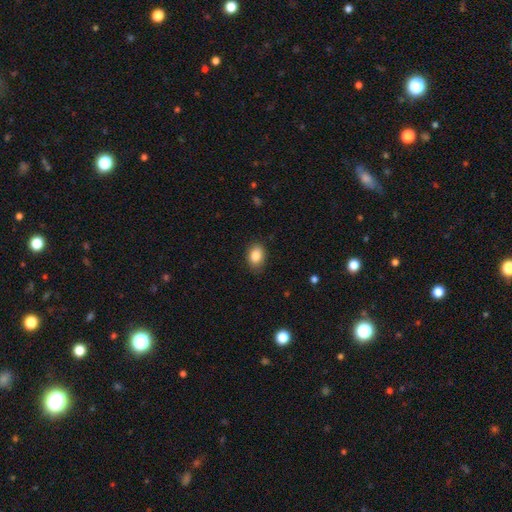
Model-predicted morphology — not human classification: A smooth galaxy with no disk features (85%) that is in between round and cigar-shaped (78%). Merging: none (83%).